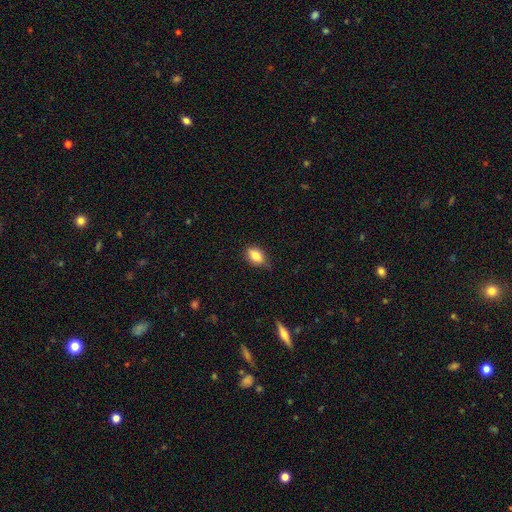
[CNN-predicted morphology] This is likely a smooth galaxy (79%). How rounded: clearly in between (84%). Merging: likely none (72%).